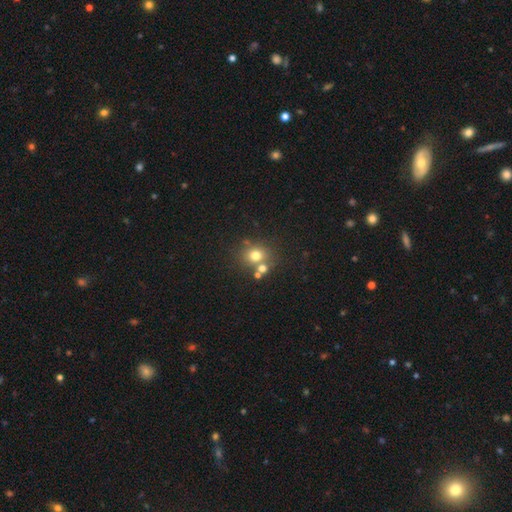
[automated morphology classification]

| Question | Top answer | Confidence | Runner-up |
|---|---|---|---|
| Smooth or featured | smooth | 72% | star or artifact (16%) |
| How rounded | round | 80% | in between (19%) |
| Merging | none | 64% | merger (23%) |